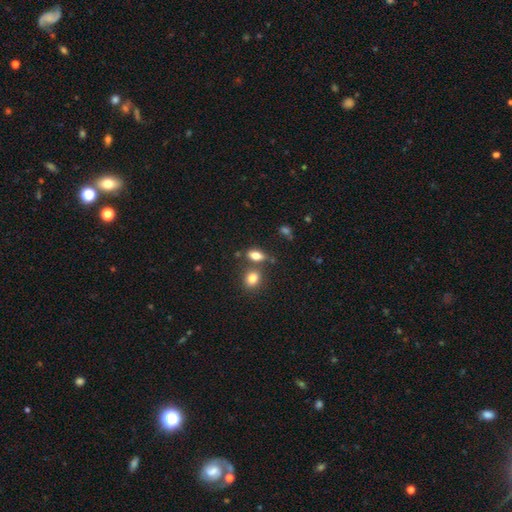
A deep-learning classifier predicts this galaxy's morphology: smooth 79%, featured or disk 11%, star or artifact 10%. Down the decision tree: how rounded — in between (81%); merging — none (62%).